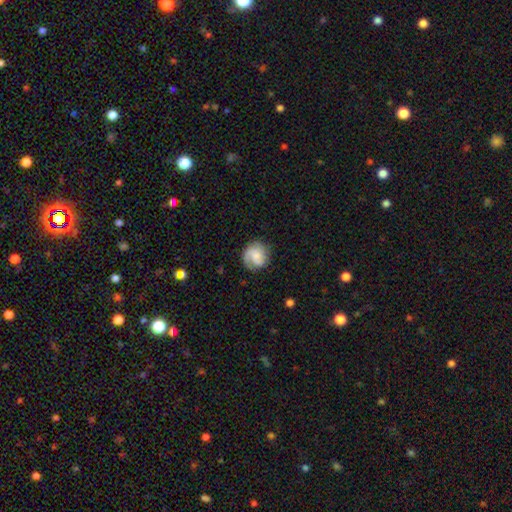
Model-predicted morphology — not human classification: type=featured or disk (61%); edge-on=no (98%); bar=no (62%); spiral arms=yes (93%); winding=tight (42%); arm count=2 (41%); bulge=small (47%); merging=none (72%).